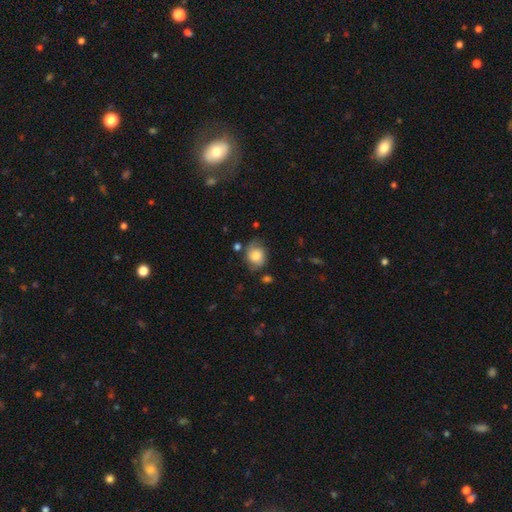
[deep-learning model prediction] Smooth or featured? smooth (68%)
How rounded? round (55%)
Merging? none (60%)